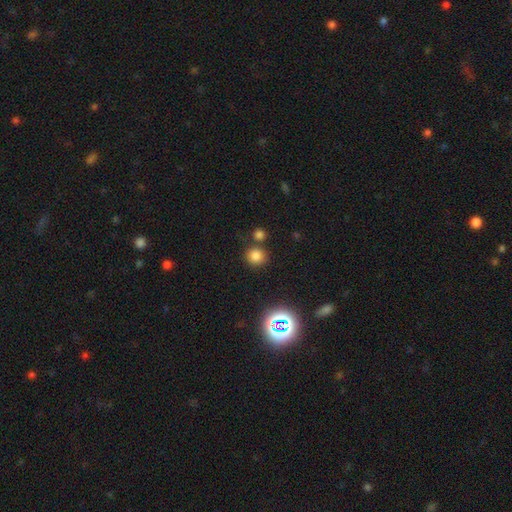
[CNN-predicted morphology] smooth-or-featured: smooth: 78% | star or artifact: 17% | featured or disk: 5%
  how-rounded: round: 88% | in between: 11% | cigar-shaped: 1%
  merging: none: 74% | merger: 13% | minor disturbance: 9% | major disturbance: 3%